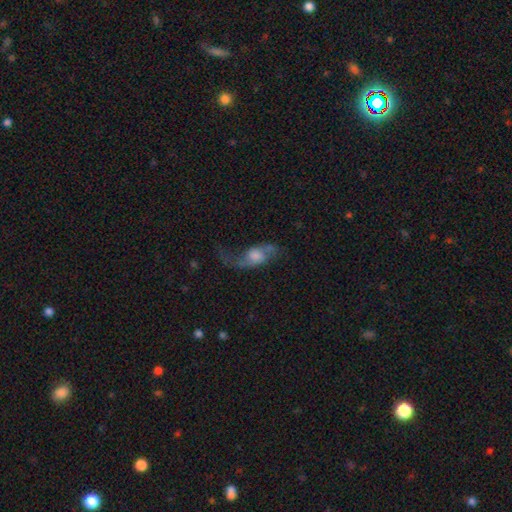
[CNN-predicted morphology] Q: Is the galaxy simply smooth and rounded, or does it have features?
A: featured or disk — 65%.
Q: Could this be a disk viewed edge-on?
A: no — 88%.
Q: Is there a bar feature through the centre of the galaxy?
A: no — 63%.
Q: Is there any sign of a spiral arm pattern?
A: yes — 87%.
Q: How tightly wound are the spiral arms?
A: loose — 81%.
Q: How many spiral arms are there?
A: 2 — 81%.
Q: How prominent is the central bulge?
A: moderate — 37%.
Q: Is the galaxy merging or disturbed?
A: none — 47%.